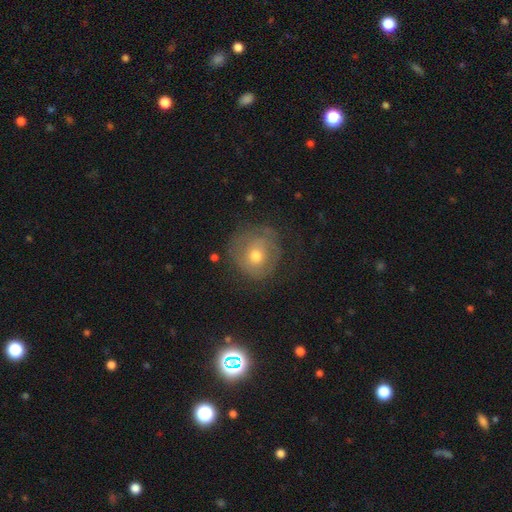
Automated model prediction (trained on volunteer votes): The model was most divided on "smooth or featured": featured or disk: 42%, smooth: 41%, star or artifact: 17%. More confident: merging — none (70%).